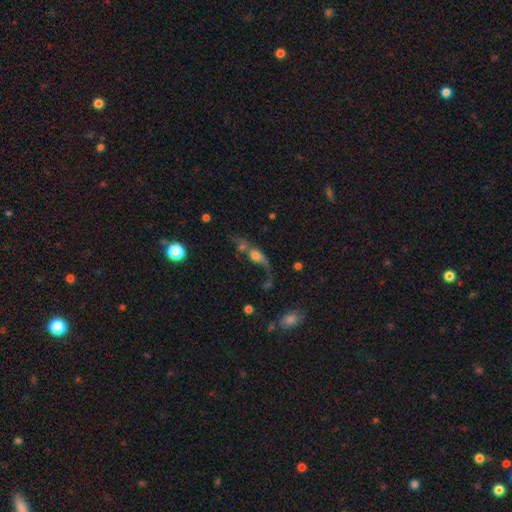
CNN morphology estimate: Overall: smooth (48%; featured or disk 38%). Merging: merger (34%; major disturbance 29%).